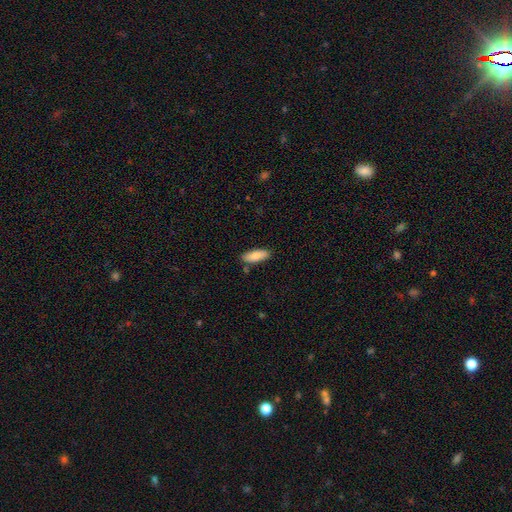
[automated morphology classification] Q: Smooth or featured?
A: smooth (86%); runner-up: featured or disk (8%)
Q: How rounded?
A: in between (69%); runner-up: cigar-shaped (29%)
Q: Merging?
A: none (83%); runner-up: minor disturbance (12%)